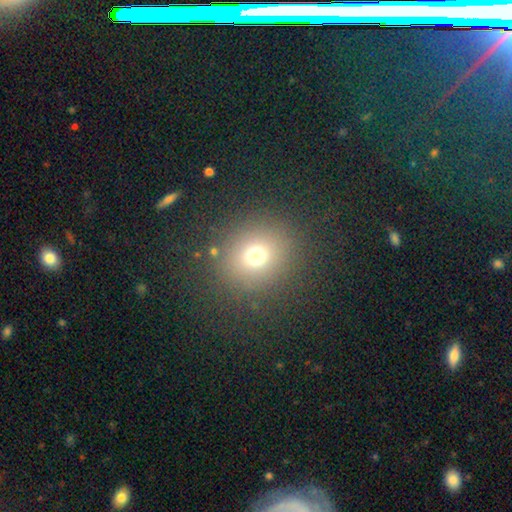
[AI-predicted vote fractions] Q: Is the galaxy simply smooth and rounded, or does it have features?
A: smooth — 70%.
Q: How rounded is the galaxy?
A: round — 82%.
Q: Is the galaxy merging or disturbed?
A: none — 85%.